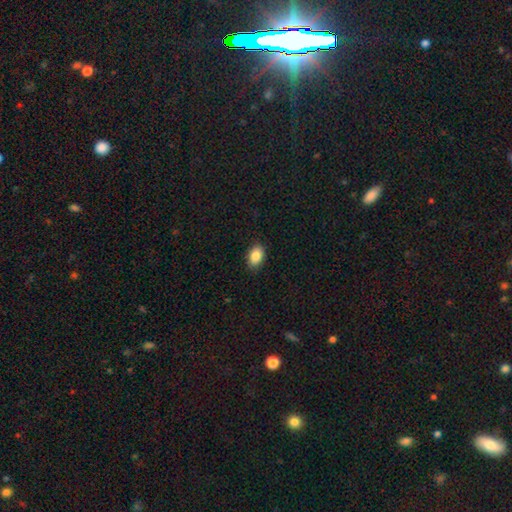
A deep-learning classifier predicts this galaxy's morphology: smooth 87%, star or artifact 8%, featured or disk 5%. Down the decision tree: how rounded — in between (87%); merging — none (88%).